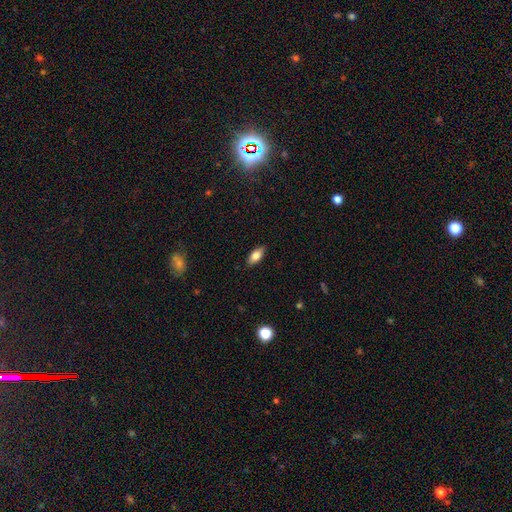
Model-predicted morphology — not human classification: This appears to be a smooth galaxy with no disk features (77%) that is in between round and cigar-shaped (84%). Merging: none (88%).